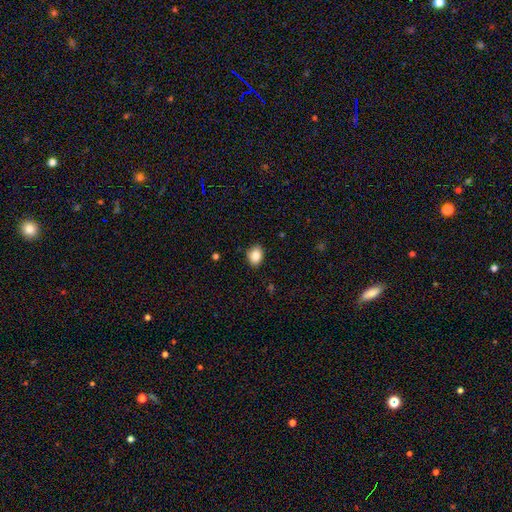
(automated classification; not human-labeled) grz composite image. It shows a smooth galaxy with no disk features (86%) that is in between round and cigar-shaped (63%). Merging: none (87%).